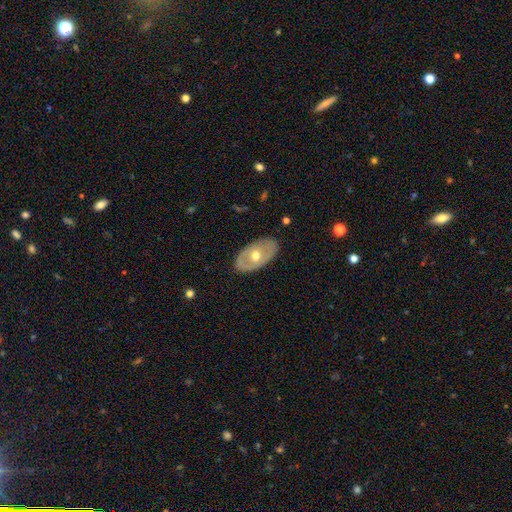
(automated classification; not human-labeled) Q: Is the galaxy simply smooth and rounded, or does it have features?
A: featured or disk — 52%.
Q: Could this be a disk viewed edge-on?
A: no — 84%.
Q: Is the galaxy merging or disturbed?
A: none — 85%.